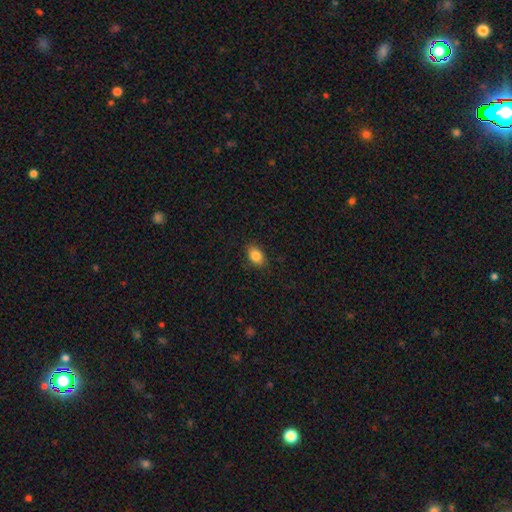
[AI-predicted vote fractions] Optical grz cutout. It shows a smooth galaxy with no disk features (85%) that is in between round and cigar-shaped (83%). Merging: none (87%).